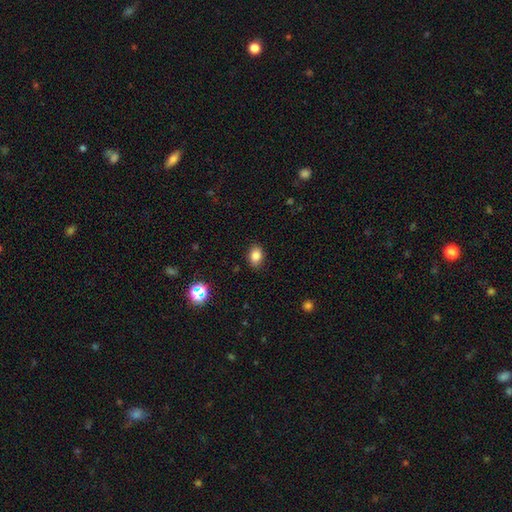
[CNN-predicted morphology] A smooth galaxy with no disk features (83%) that is in between round and cigar-shaped (75%). Merging: none (86%).